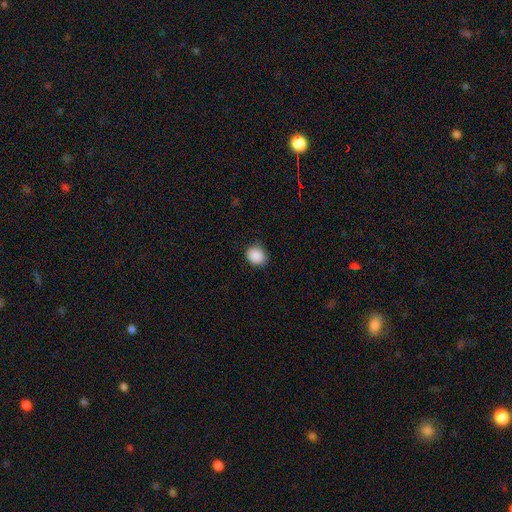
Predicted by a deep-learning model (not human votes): Smooth or featured: smooth — 89% (star or artifact — 8%)
How rounded: round — 64% (in between — 35%)
Merging: none — 83% (minor disturbance — 14%)